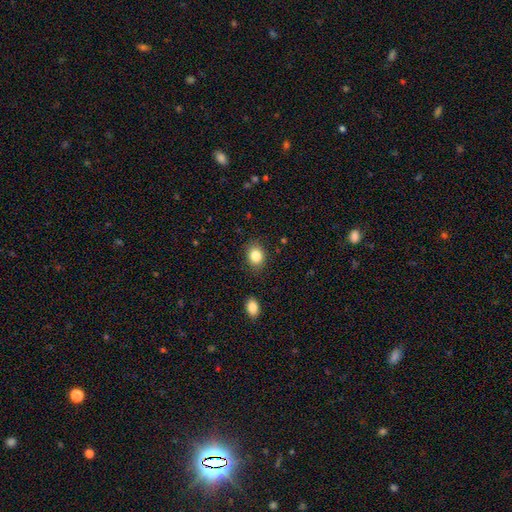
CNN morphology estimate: The model was most divided on "how rounded": round: 50%, in between: 49%, cigar-shaped: 1%. More confident: merging — none (85%); smooth or featured — smooth (85%).